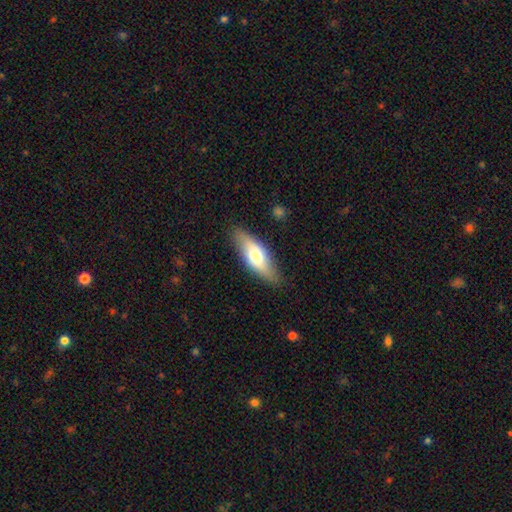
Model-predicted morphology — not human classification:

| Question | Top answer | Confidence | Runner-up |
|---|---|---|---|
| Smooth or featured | smooth | 63% | featured or disk (32%) |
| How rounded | in between | 66% | cigar-shaped (31%) |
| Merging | none | 84% | minor disturbance (12%) |